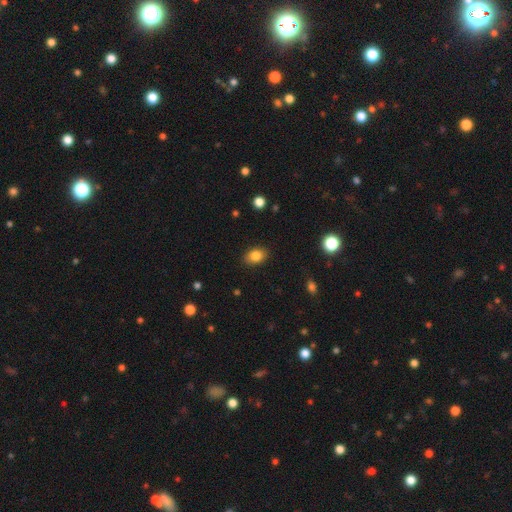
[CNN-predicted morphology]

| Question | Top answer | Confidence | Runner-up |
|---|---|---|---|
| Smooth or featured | smooth | 84% | star or artifact (9%) |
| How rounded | in between | 76% | round (23%) |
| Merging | none | 87% | minor disturbance (10%) |